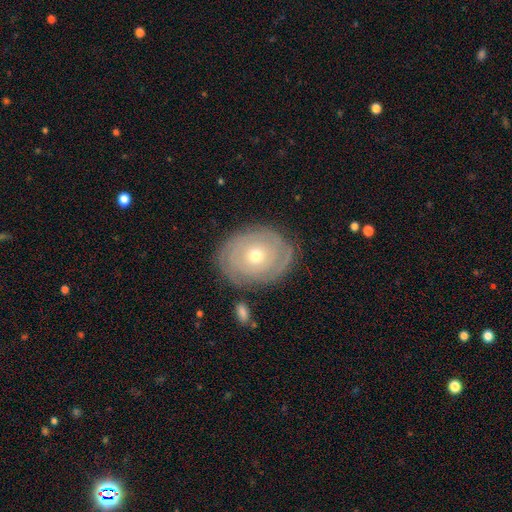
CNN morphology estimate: This appears to be a featured or disk galaxy (72%) with no bar (88%), tight (85%) spiral arms (75%) and a moderate central bulge (48%, tied with small). Merging: none (79%).